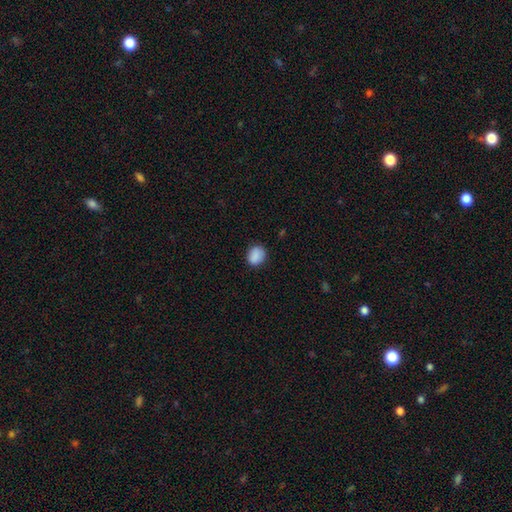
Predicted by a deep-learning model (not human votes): Smooth or featured? smooth (88%)
How rounded? round (57%)
Merging? none (82%)